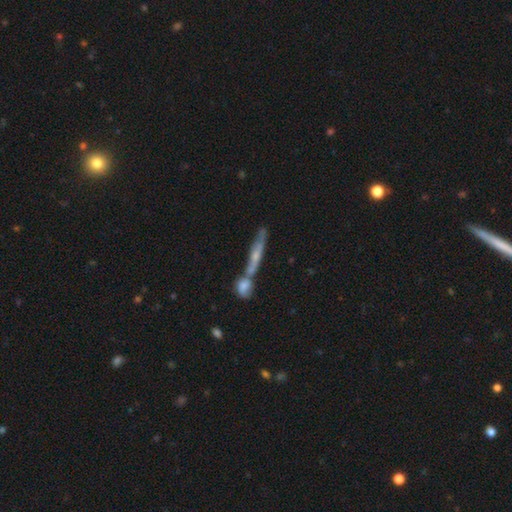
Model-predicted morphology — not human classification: type=featured or disk (47%); merging=merger (43%).